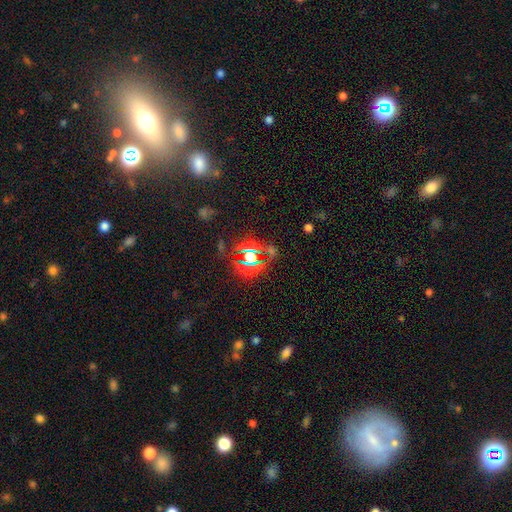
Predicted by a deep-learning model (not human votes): Smooth or featured? star or artifact (70%)